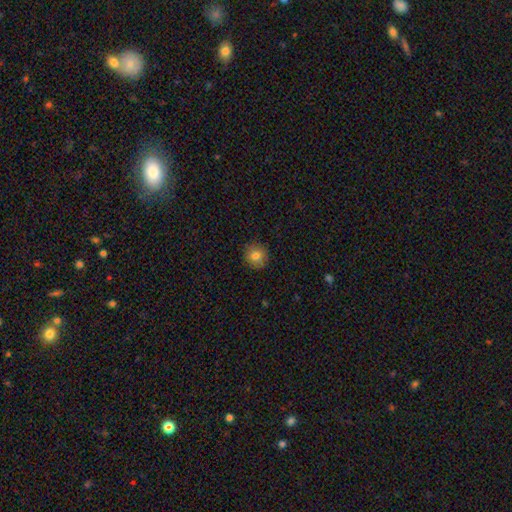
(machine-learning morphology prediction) Smooth or featured? Predicted: smooth (p=0.81). How rounded? Predicted: round (p=0.93). Merging? Predicted: none (p=0.90).